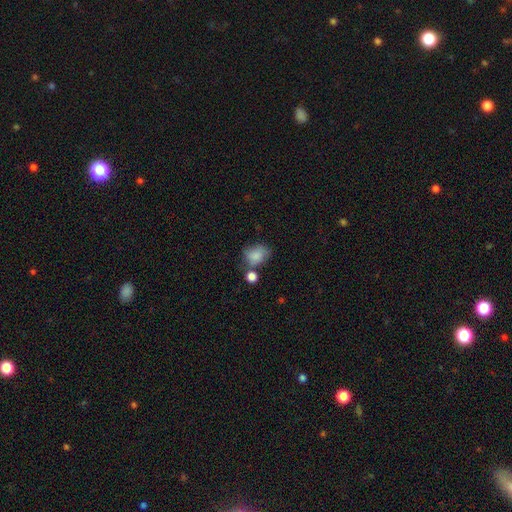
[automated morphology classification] Overall: smooth (82%). How rounded: in between (63%; round 35%). Merging: none (47%; minor disturbance 24%).